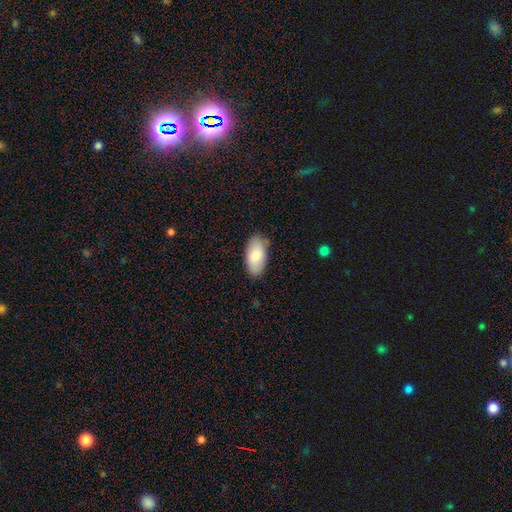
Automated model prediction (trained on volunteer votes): This appears to be a smooth galaxy with no disk features (82%) that is in between round and cigar-shaped (95%). Merging: none (82%).